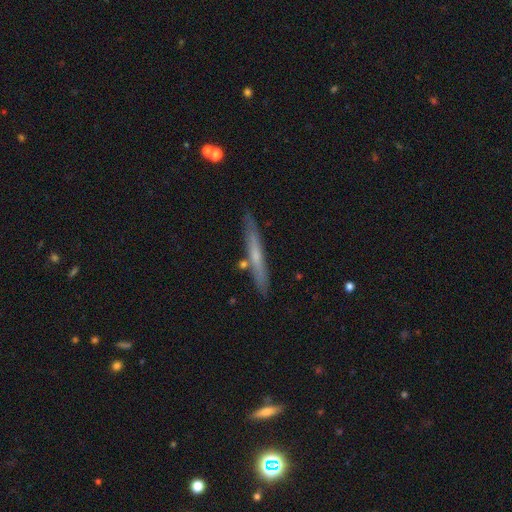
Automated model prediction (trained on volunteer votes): This appears to be a featured or disk galaxy (47%, tied with smooth). Merging: none (83%).